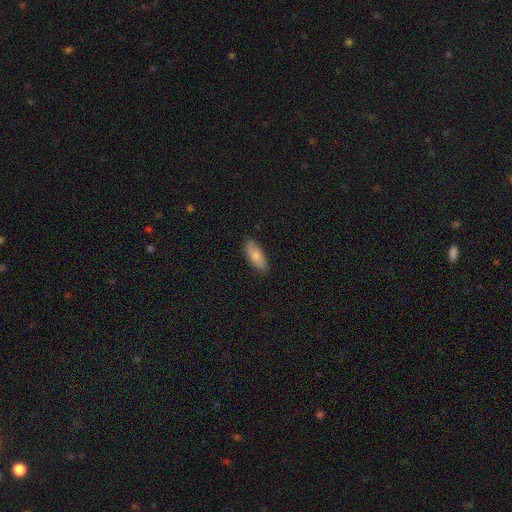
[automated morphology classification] type=smooth (82%); roundness=in between (77%); merging=none (87%).